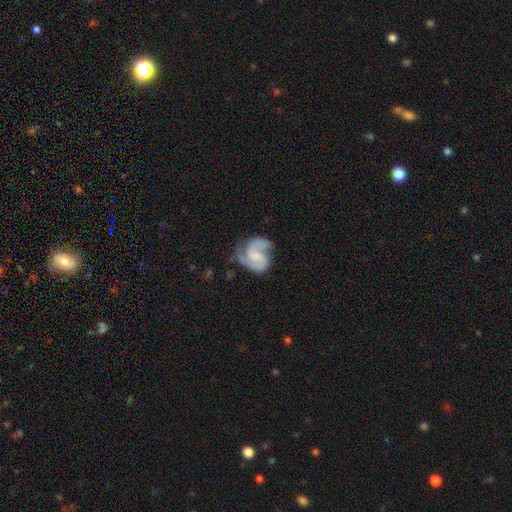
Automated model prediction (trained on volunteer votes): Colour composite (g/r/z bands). It shows a featured or disk galaxy (81%) with no bar (52%), 2 (79%) medium (51%) spiral arms (96%) and no central bulge (44%). Merging: none (58%).